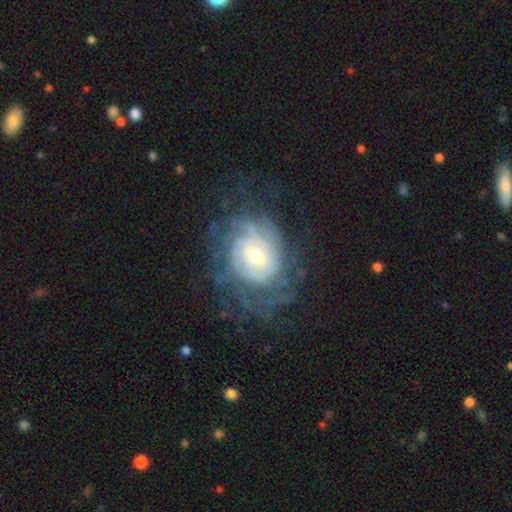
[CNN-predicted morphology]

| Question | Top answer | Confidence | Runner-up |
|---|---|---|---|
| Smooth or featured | featured or disk | 80% | smooth (12%) |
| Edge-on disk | no | 96% | yes (4%) |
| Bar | no | 55% | weak (33%) |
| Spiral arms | yes | 89% | no (11%) |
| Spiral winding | tight | 70% | medium (22%) |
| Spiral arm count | can't tell | 51% | 2 (15%) |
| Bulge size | small | 49% | moderate (45%) |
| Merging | none | 70% | minor disturbance (16%) |